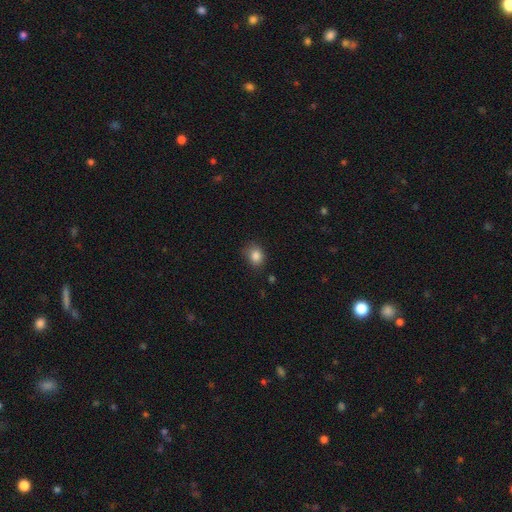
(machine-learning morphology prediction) smooth_or_featured: smooth (p=0.85) [alt: star or artifact p=0.10]
how_rounded: round (p=0.52) [alt: in between p=0.47]
merging: none (p=0.73) [alt: minor disturbance p=0.21]